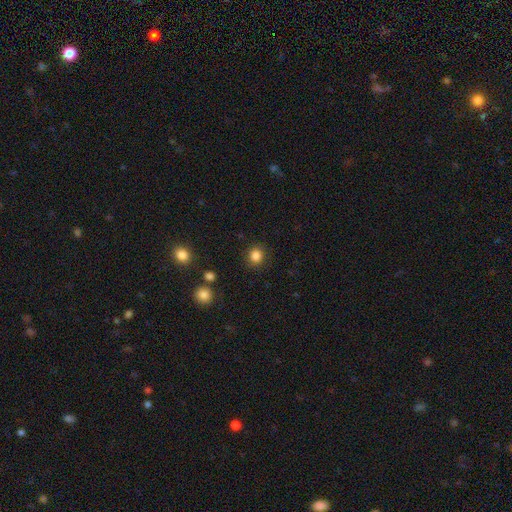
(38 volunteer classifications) Morphology: type=smooth (92%); roundness=round (86%); merging=none (86%).